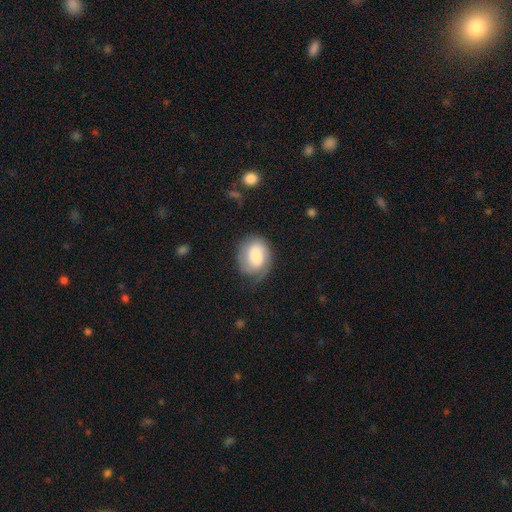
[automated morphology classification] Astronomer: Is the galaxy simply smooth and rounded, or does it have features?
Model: smooth — 47% (runner-up: featured or disk, 45%).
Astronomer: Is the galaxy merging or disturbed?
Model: none — 59%.